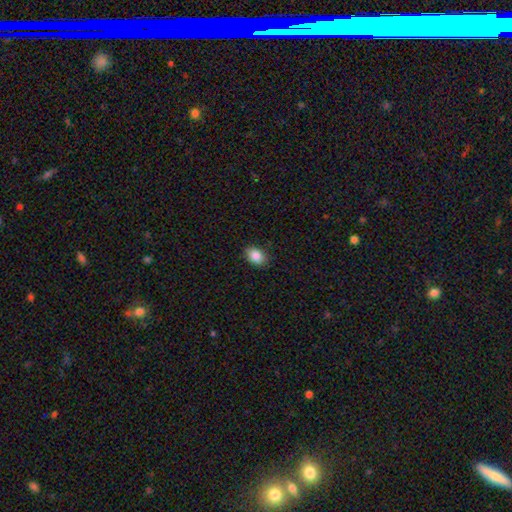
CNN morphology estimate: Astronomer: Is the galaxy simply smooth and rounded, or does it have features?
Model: smooth — 86%.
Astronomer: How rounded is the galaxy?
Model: in between — 77%.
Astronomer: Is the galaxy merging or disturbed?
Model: none — 87%.